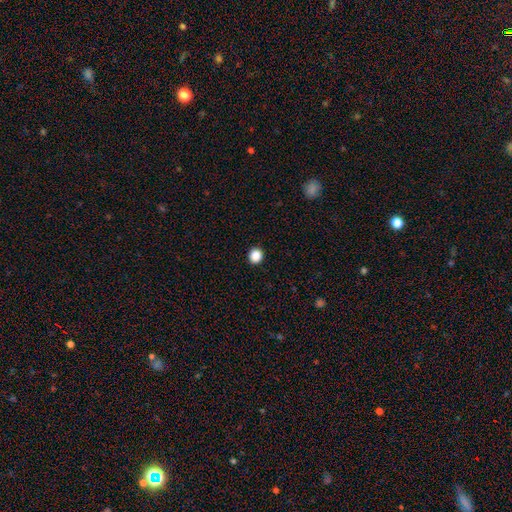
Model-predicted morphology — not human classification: Overall: smooth (88%). How rounded: round (88%). Merging: none (93%).